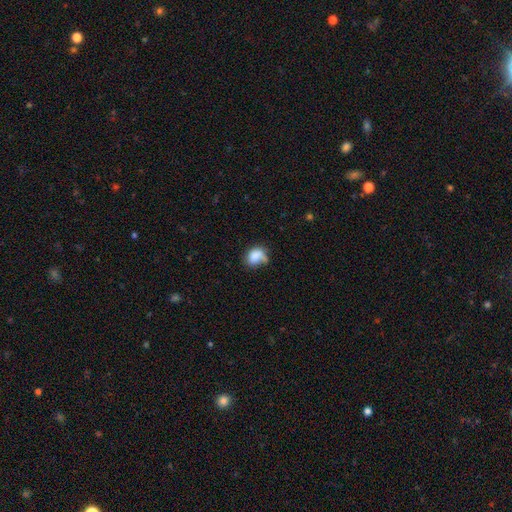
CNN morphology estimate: Smooth or featured? smooth (78%)
How rounded? in between (66%)
Merging? none (37%)